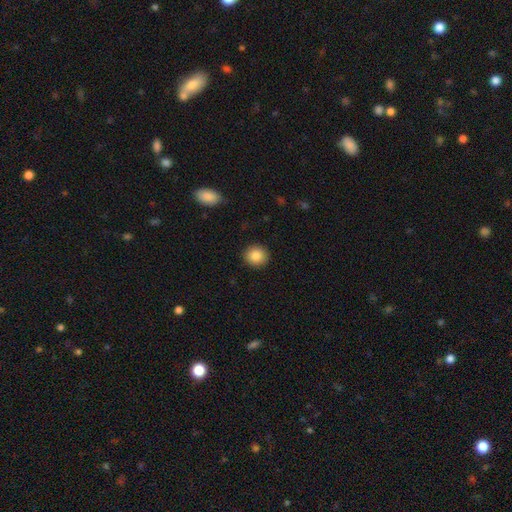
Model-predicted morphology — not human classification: This appears to be a smooth galaxy with no disk features (86%) that is round (88%). Merging: none (91%).